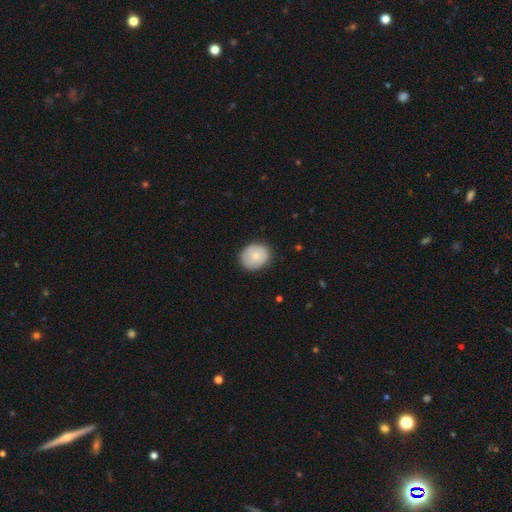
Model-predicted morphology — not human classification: A smooth galaxy with no disk features (73%) that is round (65%). Merging: none (83%).